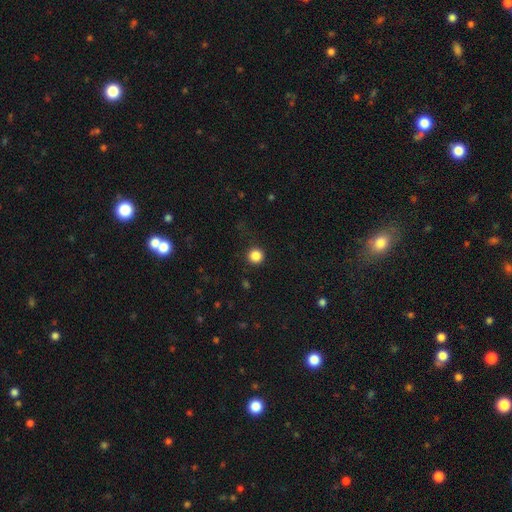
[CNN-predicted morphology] A smooth galaxy with no disk features (85%) that is round (95%).

Vote fractions:
- Smooth or featured? smooth: 85% / star or artifact: 11% / featured or disk: 3%
- How rounded? round: 95% / in between: 4% / cigar-shaped: 1%
- Merging? none: 90% / minor disturbance: 7% / major disturbance: 3% / merger: 1%